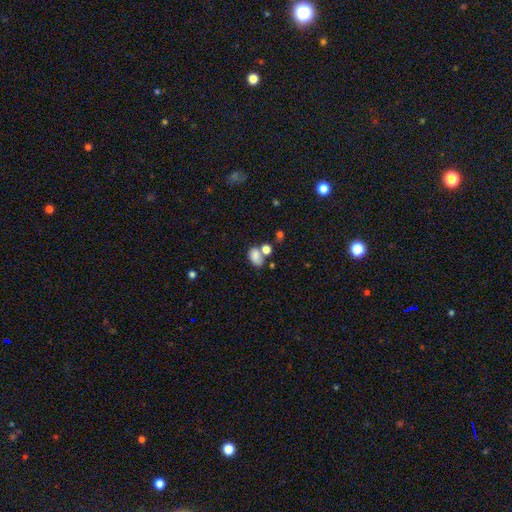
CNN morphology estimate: The model was most divided on "merging": merger: 38%, none: 35%, minor disturbance: 17%, major disturbance: 10%. More confident: how rounded — in between (79%); smooth or featured — smooth (78%).